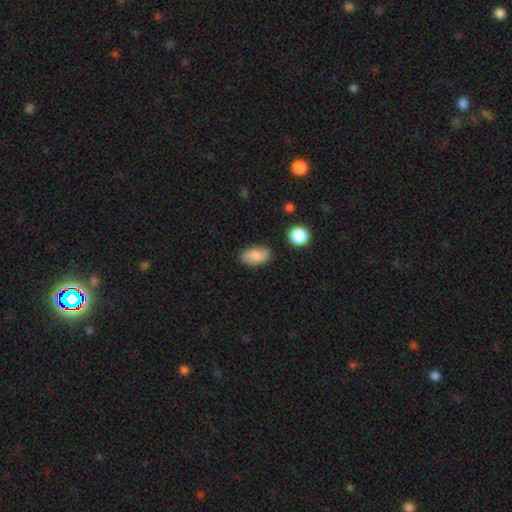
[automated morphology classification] A smooth galaxy with no disk features (84%) that is in between round and cigar-shaped (91%). Merging: none (84%).